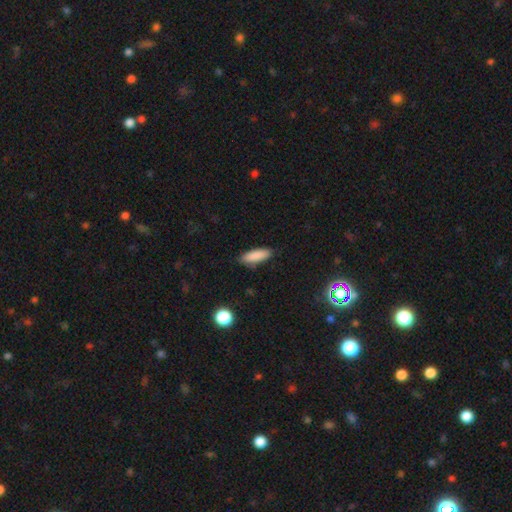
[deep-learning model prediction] The model was most divided on "how rounded": in between: 58%, cigar-shaped: 40%, round: 2%. More confident: smooth or featured — smooth (87%); merging — none (84%).